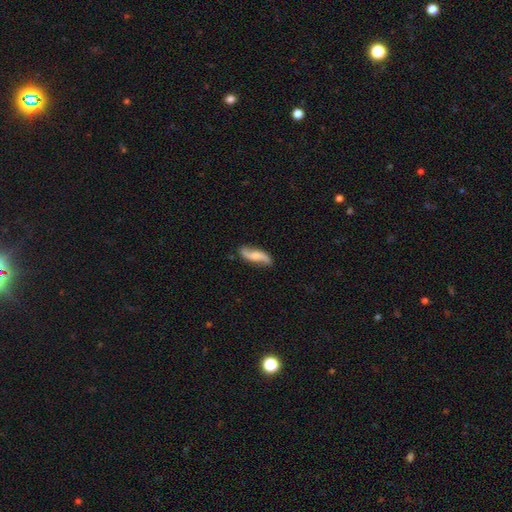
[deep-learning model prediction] smooth_or_featured: featured or disk (p=0.64) [alt: smooth p=0.30]
disk_edge_on: no (p=0.86) [alt: yes p=0.14]
bar: no (p=0.56) [alt: weak p=0.32]
has_spiral_arms: yes (p=0.93) [alt: no p=0.07]
spiral_winding: loose (p=0.83) [alt: medium p=0.12]
spiral_arm_count: 2 (p=0.92) [alt: can't tell p=0.03]
bulge_size: small (p=0.32) [tied with: moderate p=0.32]
merging: none (p=0.78) [alt: minor disturbance p=0.16]